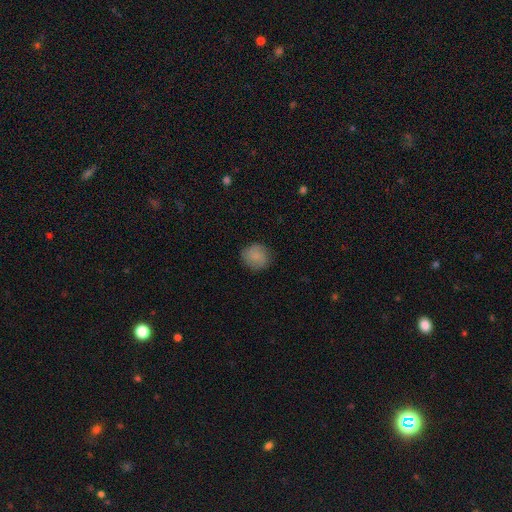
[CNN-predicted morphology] This appears to be a smooth galaxy with no disk features (81%) that is round (84%). Merging: none (82%).